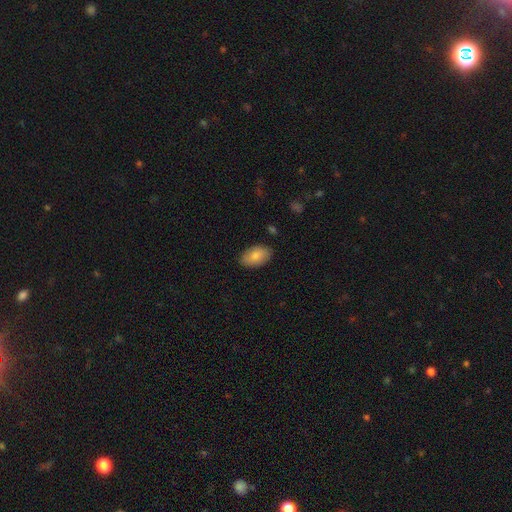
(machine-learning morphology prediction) Smooth or featured? Predicted: smooth (p=0.83). How rounded? Predicted: in between (p=0.93). Merging? Predicted: none (p=0.85).